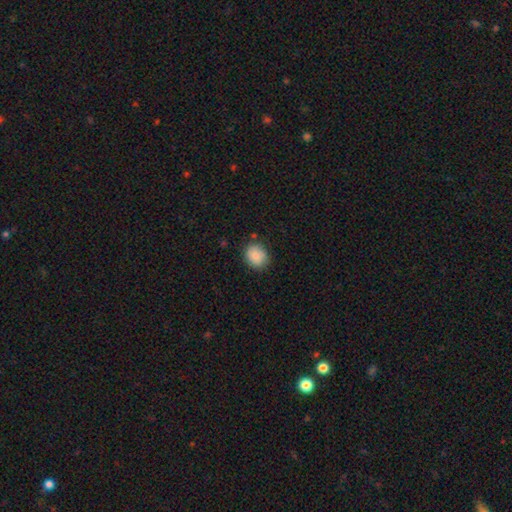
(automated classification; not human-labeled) Smooth or featured?
  - smooth: 84% *
  - featured or disk: 9%
  - star or artifact: 8%
How rounded?
  - round: 64% *
  - in between: 35%
  - cigar-shaped: 1%
Merging?
  - none: 82% *
  - minor disturbance: 14%
  - major disturbance: 3%
  - merger: 2%